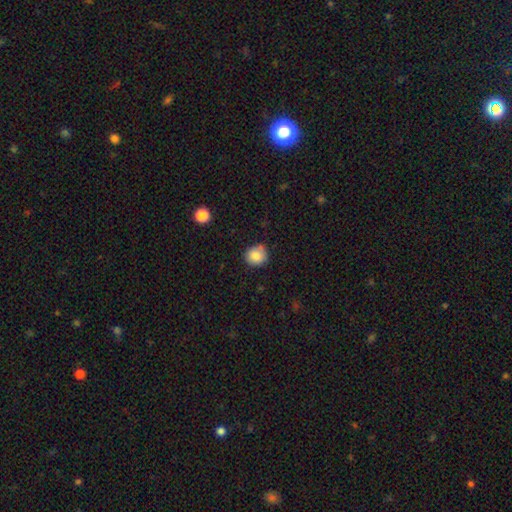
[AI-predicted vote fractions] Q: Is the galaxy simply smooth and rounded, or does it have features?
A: smooth — 83%.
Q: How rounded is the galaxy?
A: round — 84%.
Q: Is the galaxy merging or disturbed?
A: none — 78%.